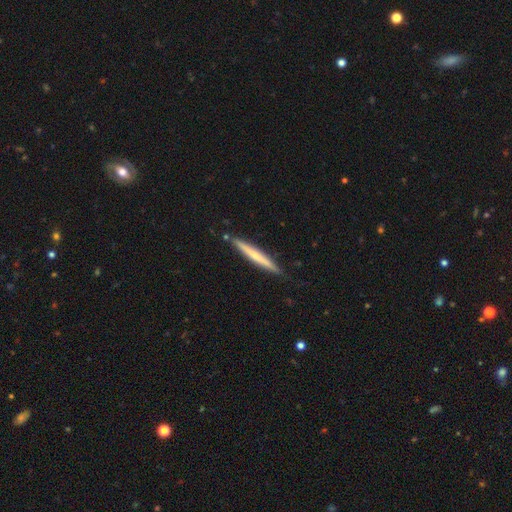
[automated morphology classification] A featured or disk galaxy (48%).

Vote fractions:
- Smooth or featured? featured or disk: 48% / smooth: 47% / star or artifact: 5%
- Merging? none: 87% / minor disturbance: 10% / merger: 2% / major disturbance: 2%